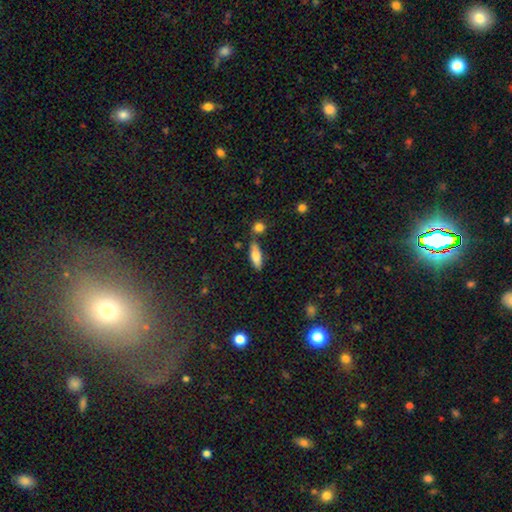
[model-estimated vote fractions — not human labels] smooth 78%, featured or disk 15%, star or artifact 7%. Down the decision tree: how rounded — in between (61%); merging — none (72%).